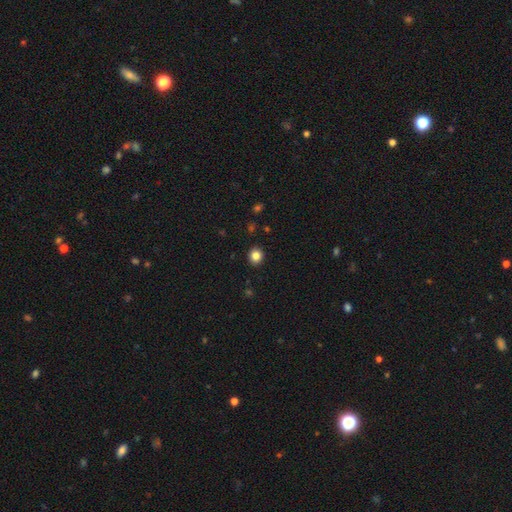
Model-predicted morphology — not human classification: Smooth or featured?
  - smooth: 84% *
  - star or artifact: 11%
  - featured or disk: 5%
How rounded?
  - round: 80% *
  - in between: 19%
  - cigar-shaped: 1%
Merging?
  - none: 92% *
  - minor disturbance: 6%
  - major disturbance: 2%
  - merger: 1%